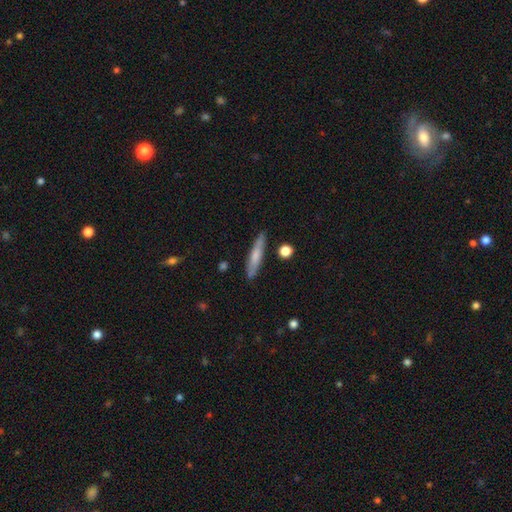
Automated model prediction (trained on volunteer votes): A smooth galaxy with no disk features (64%) that is cigar-shaped (89%). Merging: none (84%).